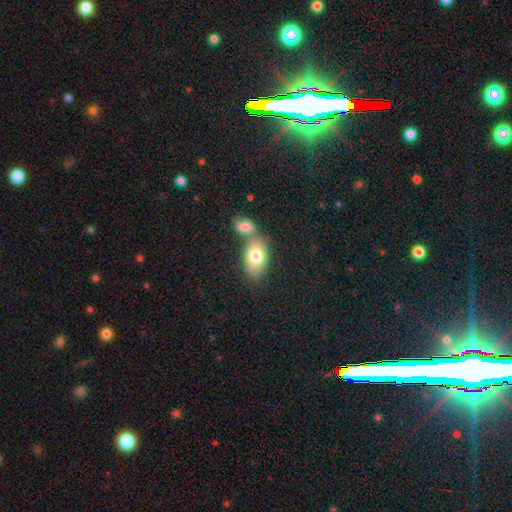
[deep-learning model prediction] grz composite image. It shows a smooth galaxy with no disk features (77%) that is in between round and cigar-shaped (90%). Merging: merger (46%).